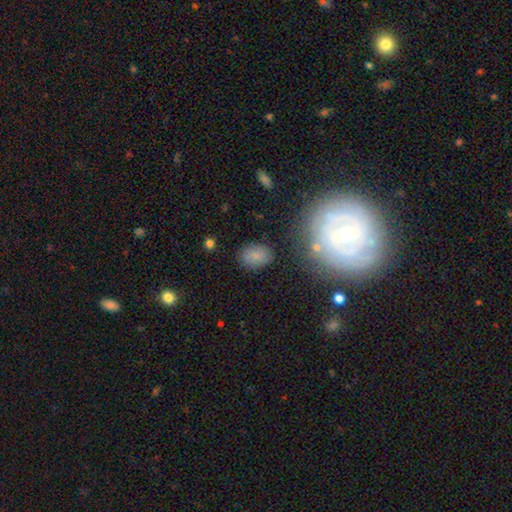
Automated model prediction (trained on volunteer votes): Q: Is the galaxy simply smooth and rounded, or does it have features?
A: smooth — 75%.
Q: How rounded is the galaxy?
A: in between — 78%.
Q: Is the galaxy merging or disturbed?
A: none — 81%.